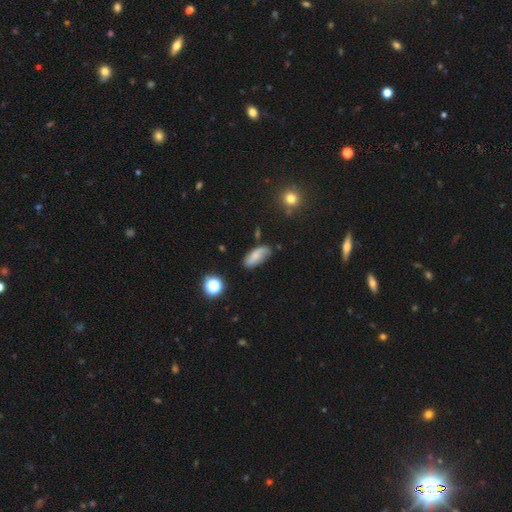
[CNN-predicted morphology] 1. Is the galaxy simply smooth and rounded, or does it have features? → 57% smooth, 32% featured or disk, 11% star or artifact.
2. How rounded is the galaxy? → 80% in between, 16% cigar-shaped, 4% round.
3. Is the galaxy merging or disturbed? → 66% none, 24% minor disturbance, 6% major disturbance, 4% merger.